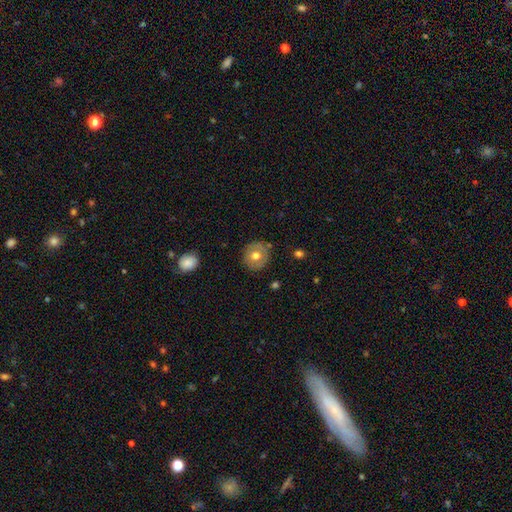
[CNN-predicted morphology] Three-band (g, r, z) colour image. It shows a smooth galaxy with no disk features (62%) that is round (87%). Merging: none (83%).